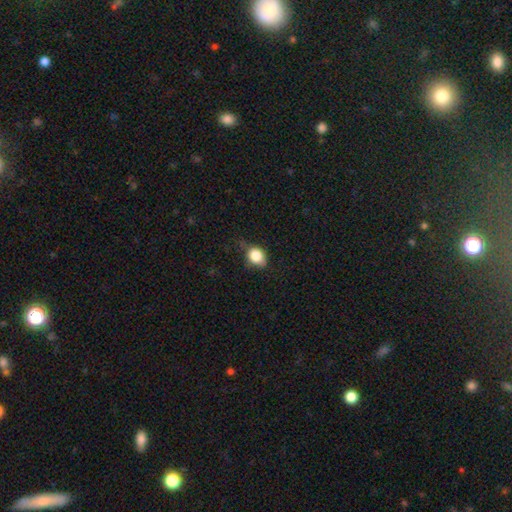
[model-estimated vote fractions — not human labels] A smooth galaxy with no disk features (82%) that is in between round and cigar-shaped (51%).

Vote fractions:
- Smooth or featured? smooth: 82% / star or artifact: 9% / featured or disk: 9%
- How rounded? in between: 51% / round: 48% / cigar-shaped: 1%
- Merging? none: 58% / minor disturbance: 33% / major disturbance: 8% / merger: 2%